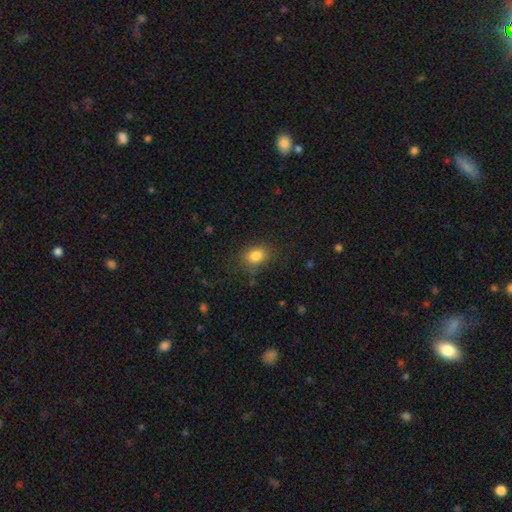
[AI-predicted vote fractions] Smooth or featured: smooth — 83% (star or artifact — 10%)
How rounded: in between — 67% (round — 32%)
Merging: none — 77% (minor disturbance — 15%)